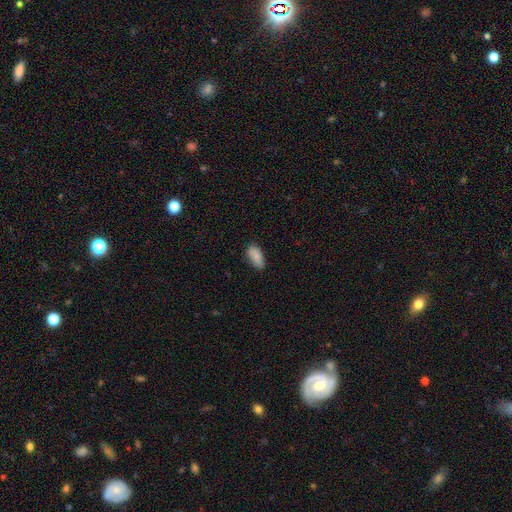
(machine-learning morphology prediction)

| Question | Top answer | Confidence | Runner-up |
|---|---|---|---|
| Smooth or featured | smooth | 85% | featured or disk (8%) |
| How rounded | in between | 91% | cigar-shaped (6%) |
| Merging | none | 73% | minor disturbance (22%) |